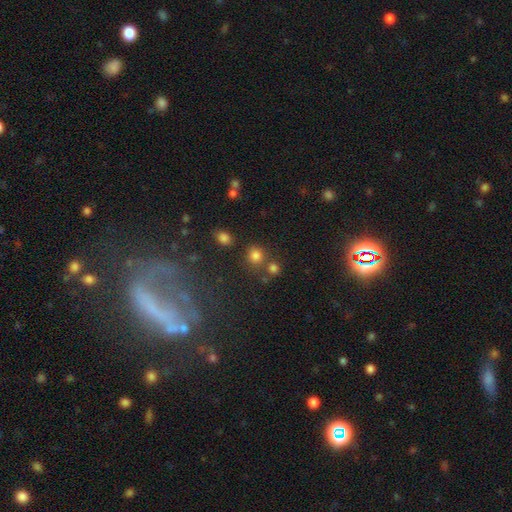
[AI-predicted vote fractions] smooth-or-featured: smooth: 76% | star or artifact: 17% | featured or disk: 6%
  how-rounded: round: 84% | in between: 14% | cigar-shaped: 1%
  merging: none: 69% | merger: 18% | minor disturbance: 9% | major disturbance: 4%